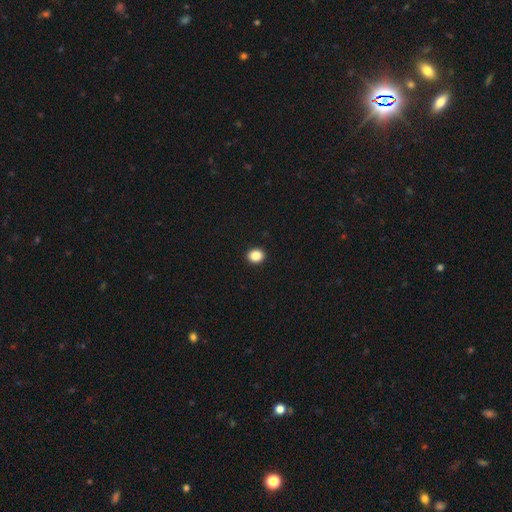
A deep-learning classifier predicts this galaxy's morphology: Smooth or featured? smooth (87%)
How rounded? round (74%)
Merging? none (93%)